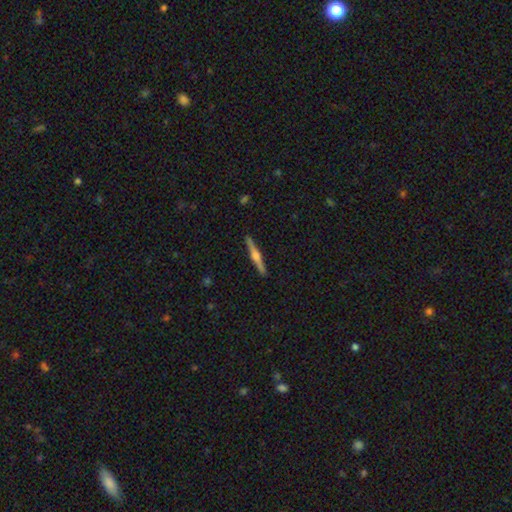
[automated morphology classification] Q: Smooth or featured?
A: featured or disk (74%); runner-up: smooth (20%)
Q: Edge-on disk?
A: yes (98%); runner-up: no (2%)
Q: Edge-on bulge?
A: rounded (88%); runner-up: boxy (8%)
Q: Merging?
A: none (92%); runner-up: minor disturbance (6%)